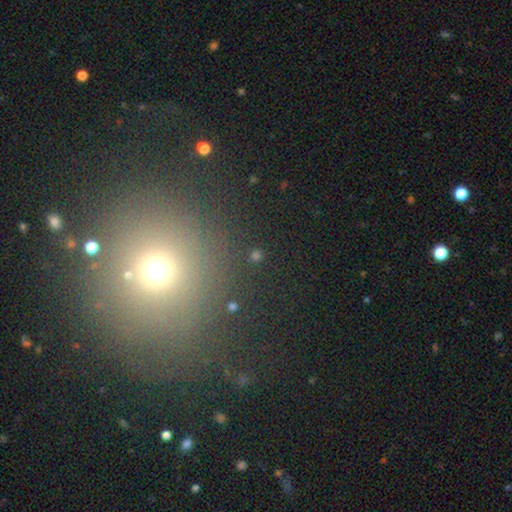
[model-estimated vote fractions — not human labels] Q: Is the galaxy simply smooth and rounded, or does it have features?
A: smooth — 52%.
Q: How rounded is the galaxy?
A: round — 87%.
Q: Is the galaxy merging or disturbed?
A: none — 81%.